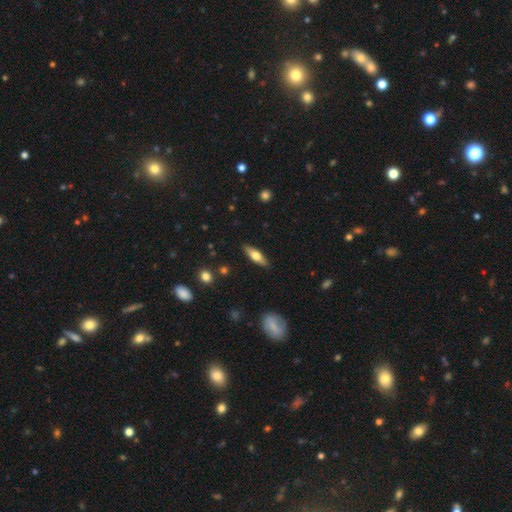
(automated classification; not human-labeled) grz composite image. It shows a smooth galaxy with no disk features (54%) that is cigar-shaped (51%). Merging: none (88%).